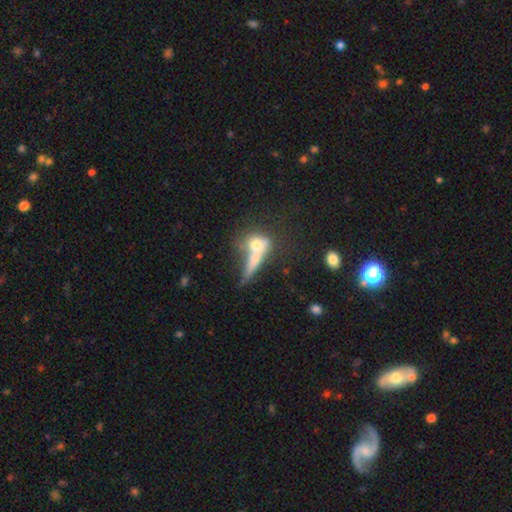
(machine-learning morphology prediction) Q: Smooth or featured?
A: smooth (59%); runner-up: featured or disk (30%)
Q: How rounded?
A: round (40%); runner-up: in between (35%)
Q: Merging?
A: merger (53%); runner-up: none (25%)